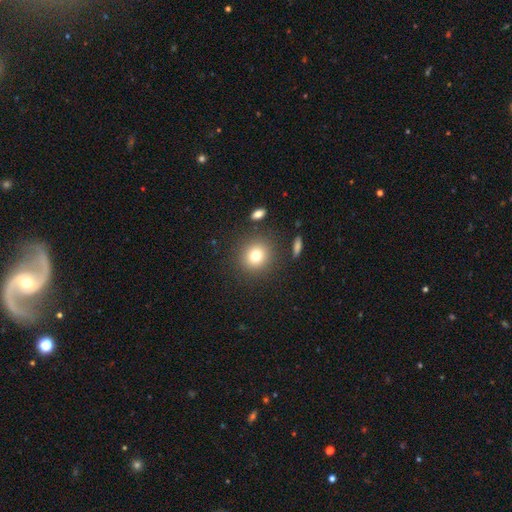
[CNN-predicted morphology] type=smooth (78%); roundness=round (88%); merging=none (87%).